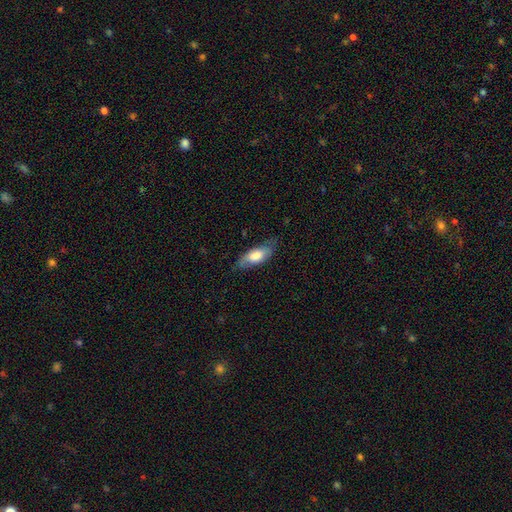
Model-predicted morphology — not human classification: smooth_or_featured: smooth (p=0.64) [alt: featured or disk p=0.30]
how_rounded: in between (p=0.78) [alt: cigar-shaped p=0.20]
merging: none (p=0.70) [alt: minor disturbance p=0.23]